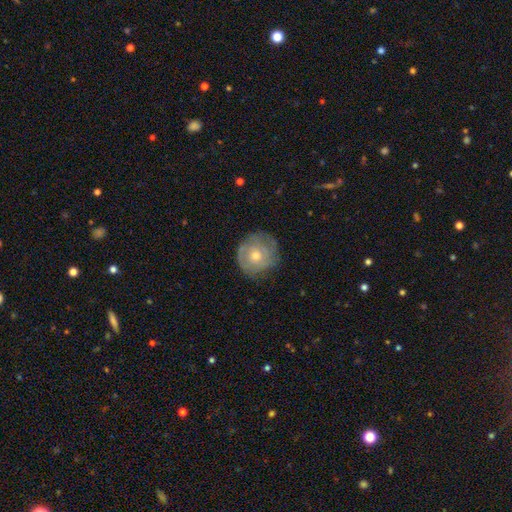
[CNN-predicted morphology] A featured or disk galaxy (51%). Merging: none (75%).